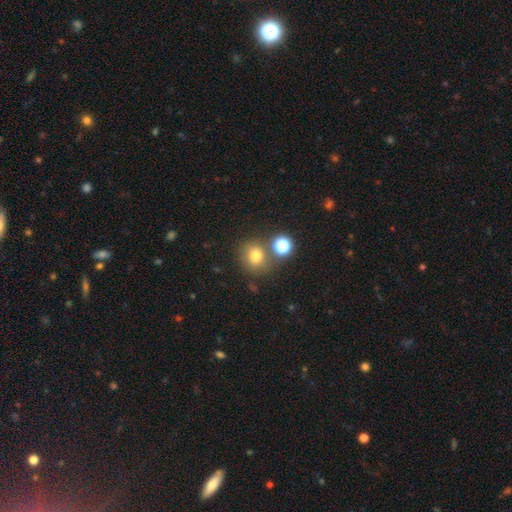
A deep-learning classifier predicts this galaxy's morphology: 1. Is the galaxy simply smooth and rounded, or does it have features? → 73% smooth, 17% star or artifact, 10% featured or disk.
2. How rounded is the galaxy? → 77% round, 22% in between, 1% cigar-shaped.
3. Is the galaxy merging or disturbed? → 68% none, 16% merger, 12% minor disturbance, 5% major disturbance.